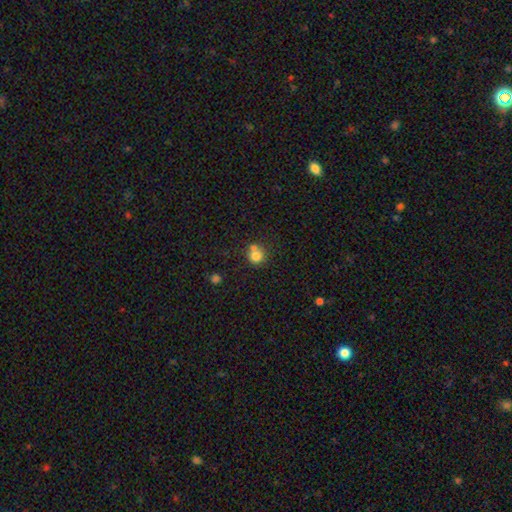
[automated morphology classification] A smooth galaxy with no disk features (78%) that is round (86%). Merging: none (50%).